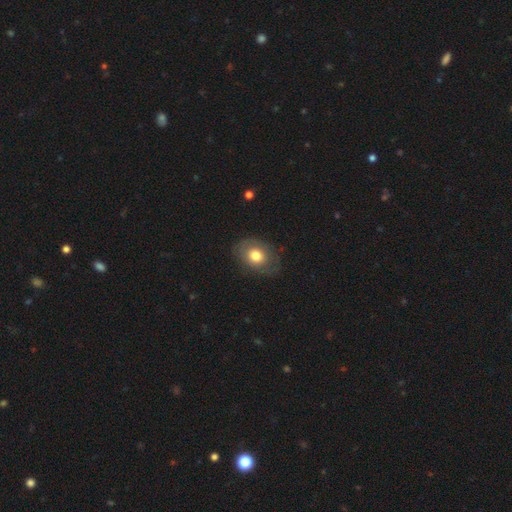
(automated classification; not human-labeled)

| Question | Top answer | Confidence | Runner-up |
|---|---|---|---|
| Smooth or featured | smooth | 72% | featured or disk (20%) |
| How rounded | in between | 62% | round (37%) |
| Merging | none | 77% | minor disturbance (16%) |